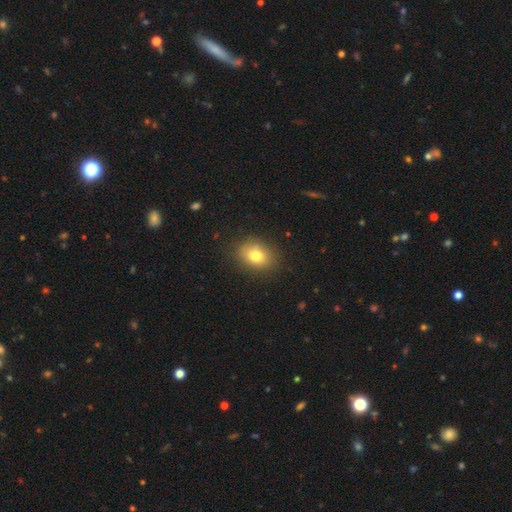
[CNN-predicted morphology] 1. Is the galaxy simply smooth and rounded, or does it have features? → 79% smooth, 11% featured or disk, 10% star or artifact.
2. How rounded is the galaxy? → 63% in between, 36% round, 1% cigar-shaped.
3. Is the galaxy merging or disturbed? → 84% none, 11% minor disturbance, 3% major disturbance, 1% merger.